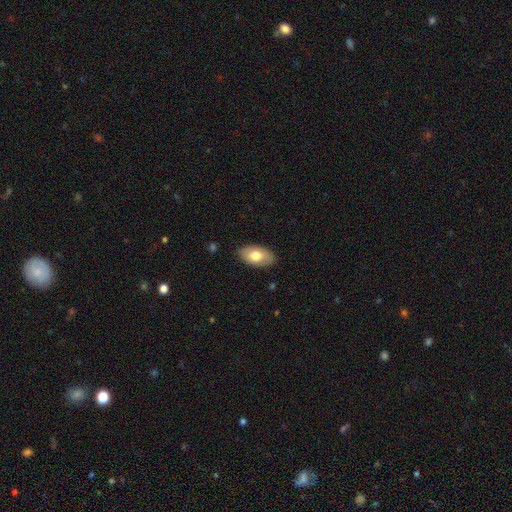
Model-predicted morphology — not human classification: A smooth galaxy with no disk features (72%) that is in between round and cigar-shaped (94%). Merging: none (84%).